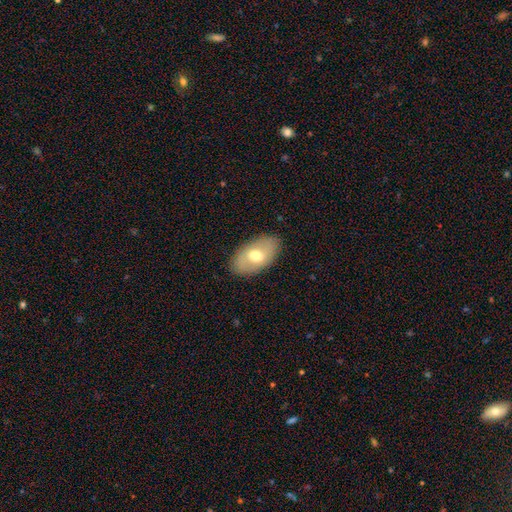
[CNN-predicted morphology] Overall: smooth (60%; featured or disk 34%). How rounded: in between (92%). Merging: none (85%).